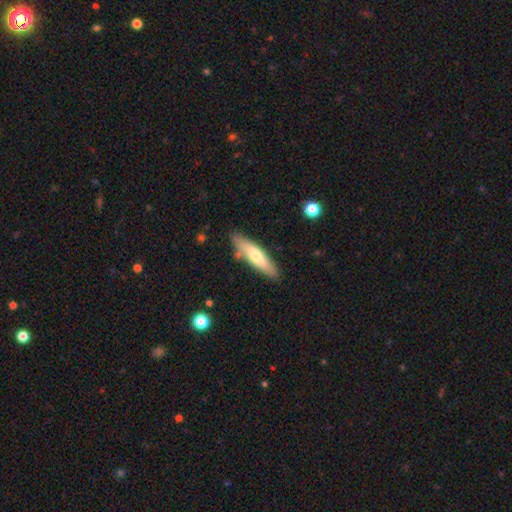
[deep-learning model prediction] A smooth galaxy with no disk features (60%) that is cigar-shaped (76%). Merging: none (82%).